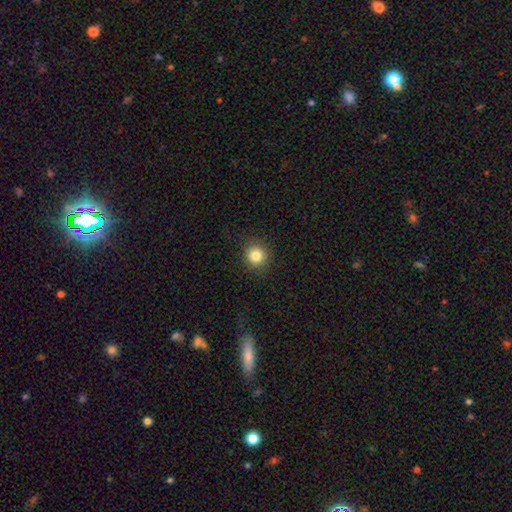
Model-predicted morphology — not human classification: This is clearly a smooth galaxy (83%). How rounded: clearly round (91%). Merging: clearly none (90%).